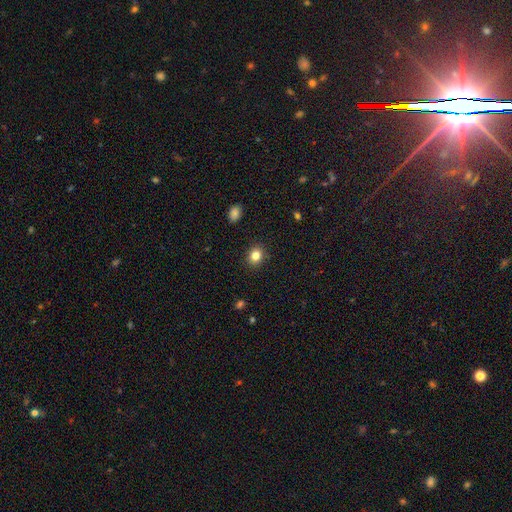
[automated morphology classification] The model was most divided on "how rounded": round: 71%, in between: 29%, cigar-shaped: 1%. More confident: merging — none (90%); smooth or featured — smooth (84%).